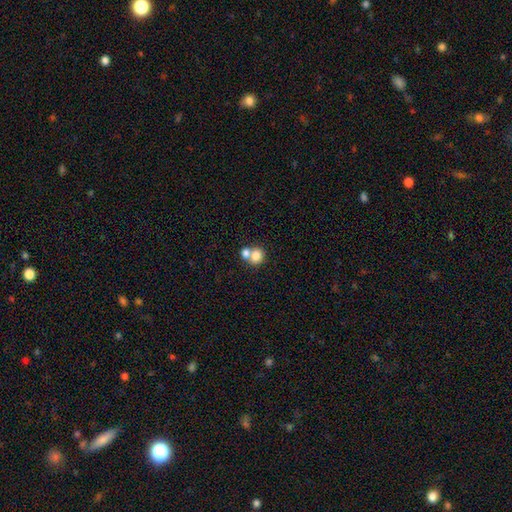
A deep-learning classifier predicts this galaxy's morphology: Overall: smooth (79%). How rounded: round (72%). Merging: merger (54%; none 36%).